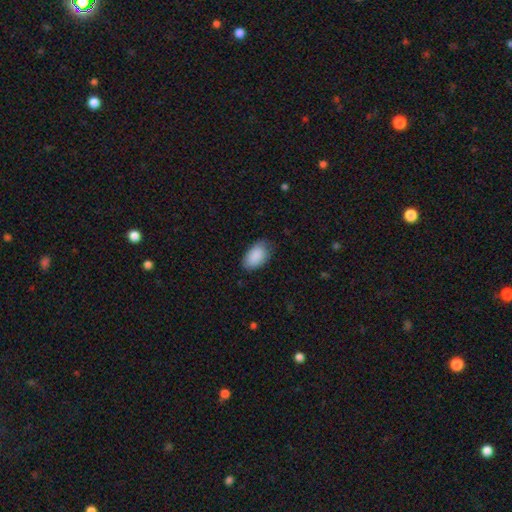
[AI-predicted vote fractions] Smooth or featured? smooth (90%)
How rounded? in between (94%)
Merging? none (74%)